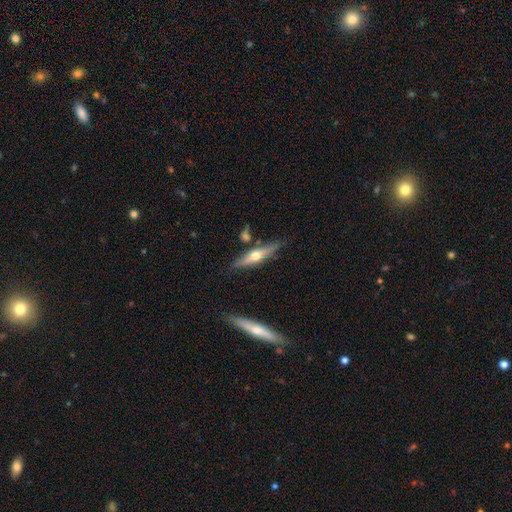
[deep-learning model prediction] smooth_or_featured: featured or disk (p=0.64) [alt: smooth p=0.30]
disk_edge_on: yes (p=0.93) [alt: no p=0.07]
edge_on_bulge: rounded (p=0.93) [alt: none p=0.04]
merging: none (p=0.78) [alt: minor disturbance p=0.12]